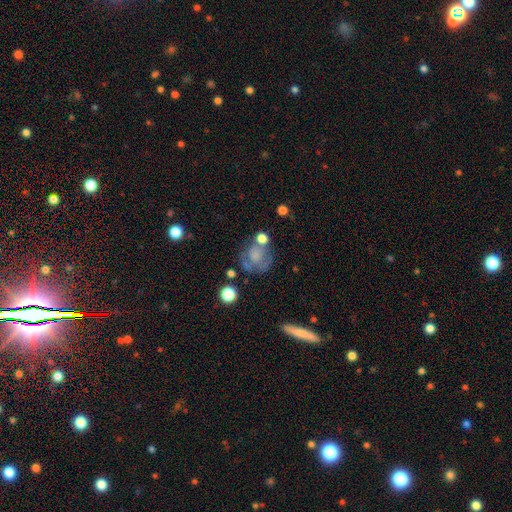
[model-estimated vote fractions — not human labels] A smooth galaxy with no disk features (52%) that is round (74%).

Vote fractions:
- Smooth or featured? smooth: 52% / featured or disk: 36% / star or artifact: 12%
- How rounded? round: 74% / in between: 25% / cigar-shaped: 1%
- Merging? none: 42% / major disturbance: 22% / minor disturbance: 21% / merger: 15%